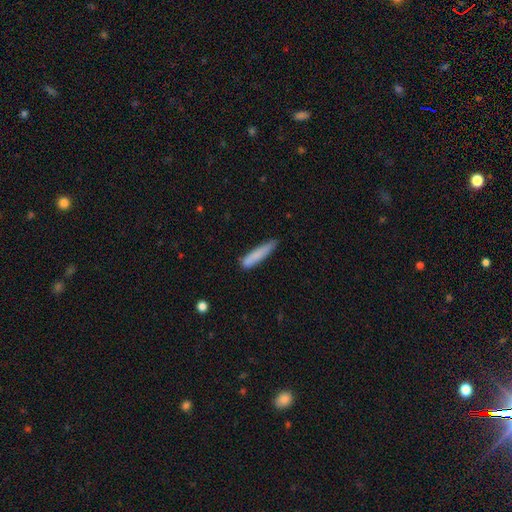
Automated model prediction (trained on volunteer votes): This is clearly a smooth galaxy (81%). How rounded: clearly cigar-shaped (89%). Merging: likely none (73%).